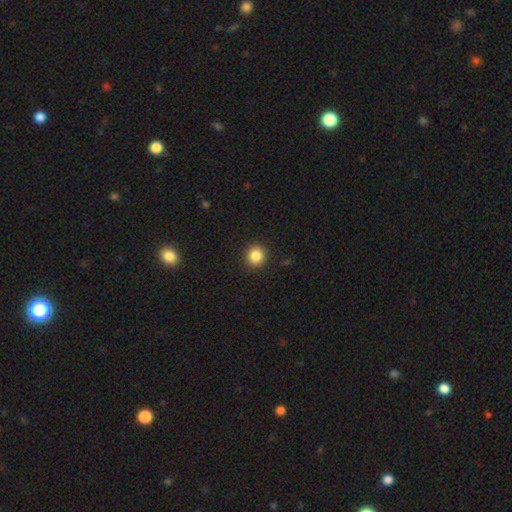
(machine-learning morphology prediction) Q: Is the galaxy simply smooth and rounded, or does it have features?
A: smooth — 86%.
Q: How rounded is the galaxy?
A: round — 92%.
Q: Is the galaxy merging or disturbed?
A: none — 92%.